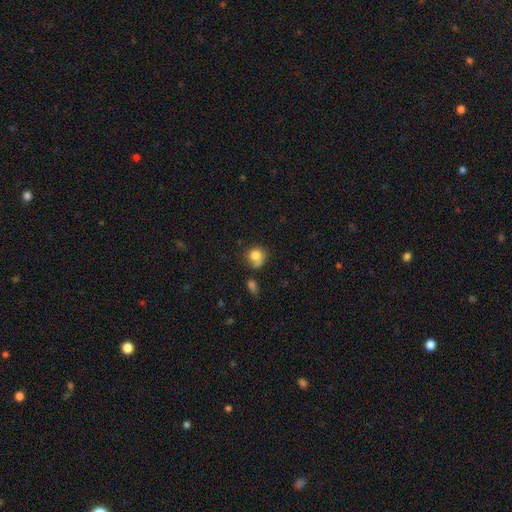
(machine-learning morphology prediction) Q: Smooth or featured?
A: smooth (80%); runner-up: star or artifact (10%)
Q: How rounded?
A: round (80%); runner-up: in between (19%)
Q: Merging?
A: none (51%); runner-up: minor disturbance (24%)